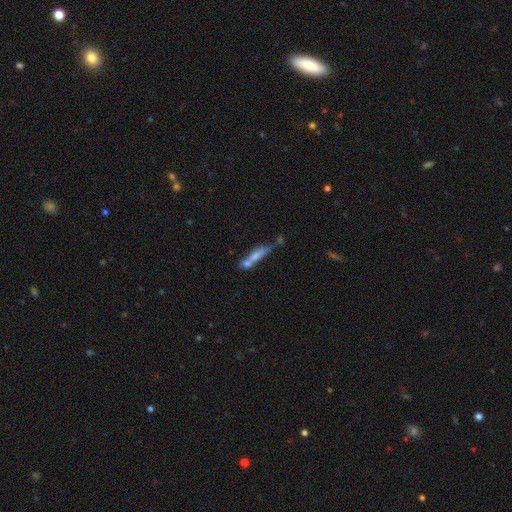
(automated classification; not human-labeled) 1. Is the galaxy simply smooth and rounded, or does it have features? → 60% smooth, 31% featured or disk, 9% star or artifact.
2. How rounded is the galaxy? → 77% cigar-shaped, 20% in between, 3% round.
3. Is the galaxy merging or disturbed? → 42% merger, 32% none, 16% minor disturbance, 10% major disturbance.